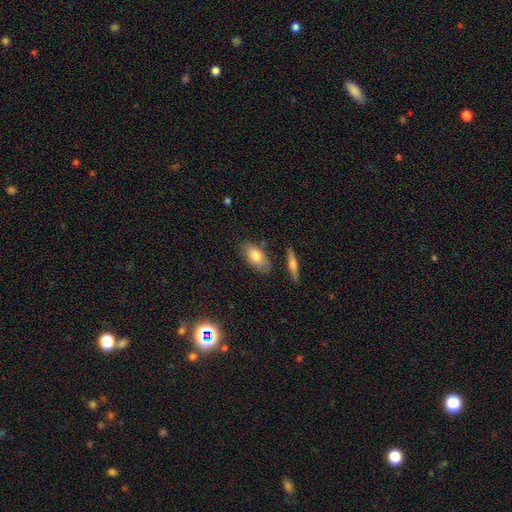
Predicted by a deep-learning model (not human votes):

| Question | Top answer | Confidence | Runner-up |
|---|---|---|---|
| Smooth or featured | smooth | 77% | featured or disk (16%) |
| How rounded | in between | 88% | cigar-shaped (8%) |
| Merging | none | 78% | minor disturbance (14%) |